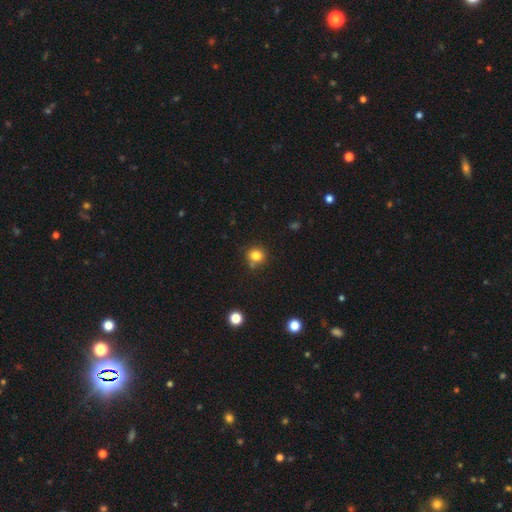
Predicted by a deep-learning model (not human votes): smooth_or_featured: smooth (p=0.81) [alt: star or artifact p=0.13]
how_rounded: round (p=0.86) [alt: in between p=0.13]
merging: none (p=0.73) [alt: minor disturbance p=0.14]